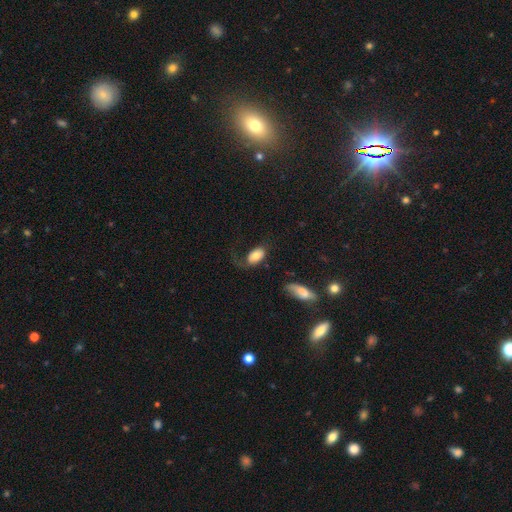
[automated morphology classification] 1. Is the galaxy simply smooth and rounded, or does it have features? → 73% smooth, 20% featured or disk, 7% star or artifact.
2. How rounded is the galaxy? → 91% in between, 6% round, 2% cigar-shaped.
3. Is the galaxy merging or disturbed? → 37% none, 36% major disturbance, 22% minor disturbance, 6% merger.